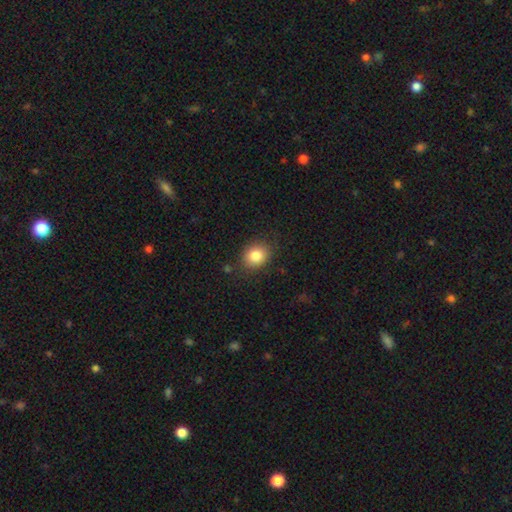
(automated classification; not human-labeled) Morphology: type=smooth (83%); roundness=round (61%); merging=none (84%).